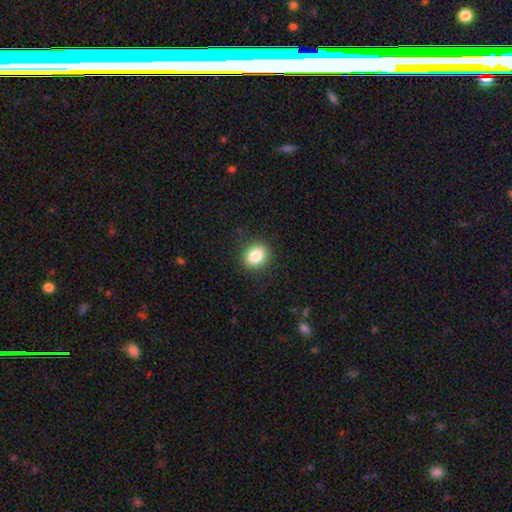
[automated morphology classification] smooth-or-featured: smooth: 84% | star or artifact: 9% | featured or disk: 6%
  how-rounded: round: 62% | in between: 38% | cigar-shaped: 1%
  merging: none: 89% | minor disturbance: 7% | major disturbance: 2% | merger: 1%